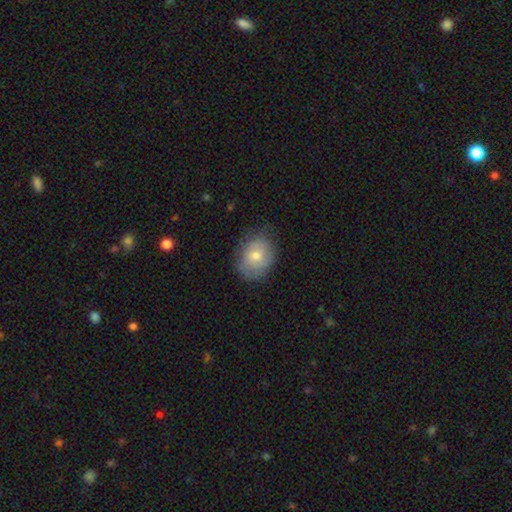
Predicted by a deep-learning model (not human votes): smooth 69%, featured or disk 23%, star or artifact 7%. Down the decision tree: how rounded — in between (58%); merging — none (73%).